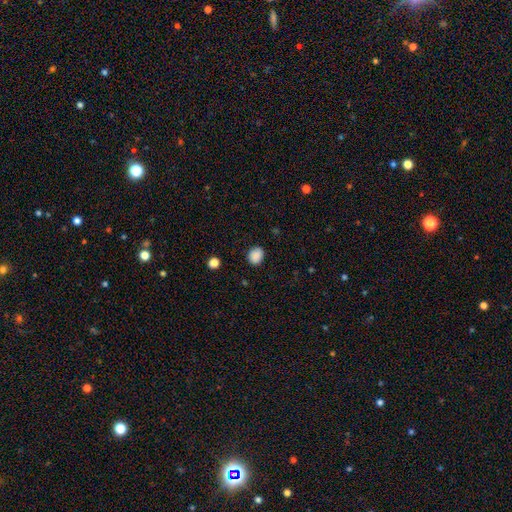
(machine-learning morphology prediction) Q: Smooth or featured?
A: smooth (88%); runner-up: star or artifact (9%)
Q: How rounded?
A: round (57%); runner-up: in between (42%)
Q: Merging?
A: none (85%); runner-up: minor disturbance (11%)